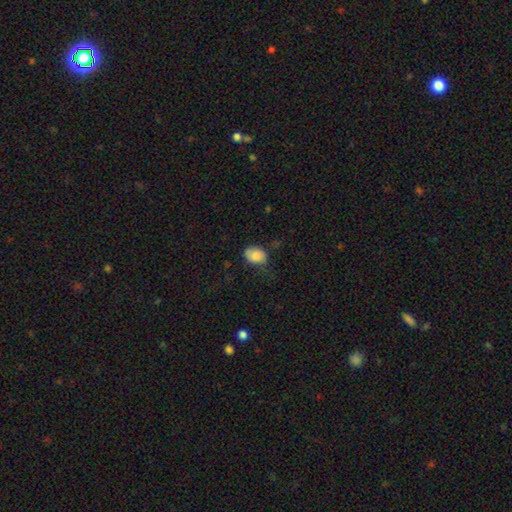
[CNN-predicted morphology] Q: Smooth or featured?
A: smooth (85%); runner-up: star or artifact (8%)
Q: How rounded?
A: in between (74%); runner-up: round (25%)
Q: Merging?
A: none (59%); runner-up: minor disturbance (31%)